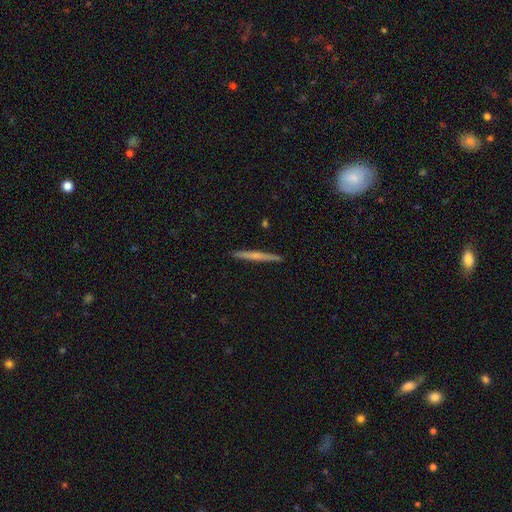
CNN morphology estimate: Smooth or featured: featured or disk — 53% (smooth — 41%)
Edge-on disk: yes — 97% (no — 3%)
Edge-on bulge: none — 47% (tied with rounded — 47%)
Merging: none — 91% (minor disturbance — 6%)